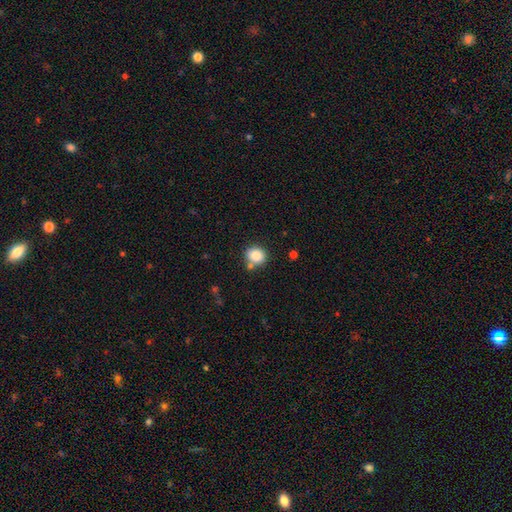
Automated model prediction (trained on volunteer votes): Smooth or featured: smooth — 85% (star or artifact — 9%)
How rounded: round — 73% (in between — 26%)
Merging: none — 73% (merger — 12%)